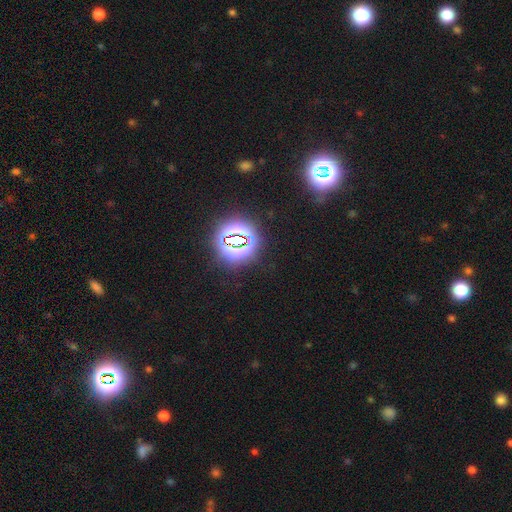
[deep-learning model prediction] A star or artifact, not a galaxy (81%).

Vote fractions:
- Smooth or featured? star or artifact: 81% / smooth: 13% / featured or disk: 6%